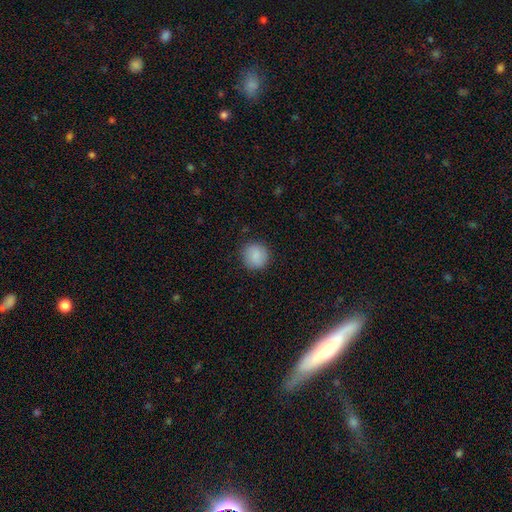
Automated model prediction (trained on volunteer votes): Q: Smooth or featured?
A: smooth (87%); runner-up: star or artifact (8%)
Q: How rounded?
A: round (91%); runner-up: in between (8%)
Q: Merging?
A: none (88%); runner-up: minor disturbance (9%)